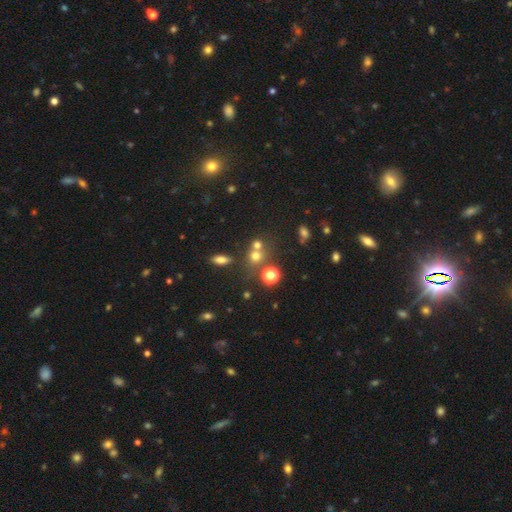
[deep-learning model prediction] The model was most divided on "merging": none: 50%, merger: 36%, minor disturbance: 9%, major disturbance: 5%. More confident: how rounded — round (81%); smooth or featured — smooth (63%).